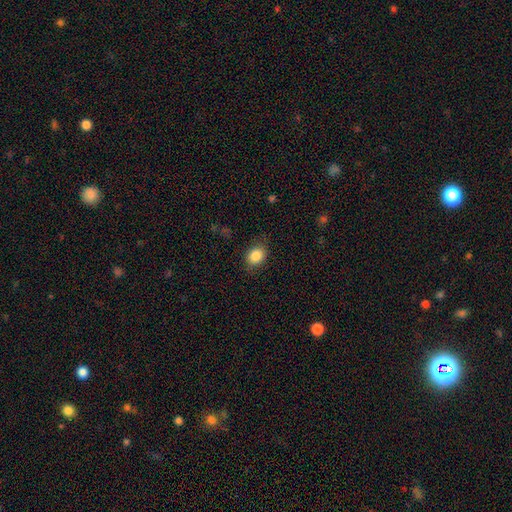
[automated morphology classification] Smooth or featured?
  - smooth: 85% *
  - star or artifact: 9%
  - featured or disk: 6%
How rounded?
  - in between: 57% *
  - round: 42%
  - cigar-shaped: 1%
Merging?
  - none: 81% *
  - minor disturbance: 14%
  - major disturbance: 4%
  - merger: 1%